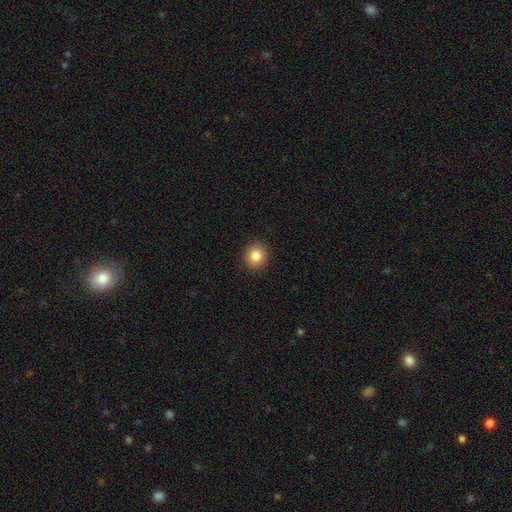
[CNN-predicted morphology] The model was most divided on "how rounded": round: 85%, in between: 14%, cigar-shaped: 1%. More confident: merging — none (91%); smooth or featured — smooth (84%).